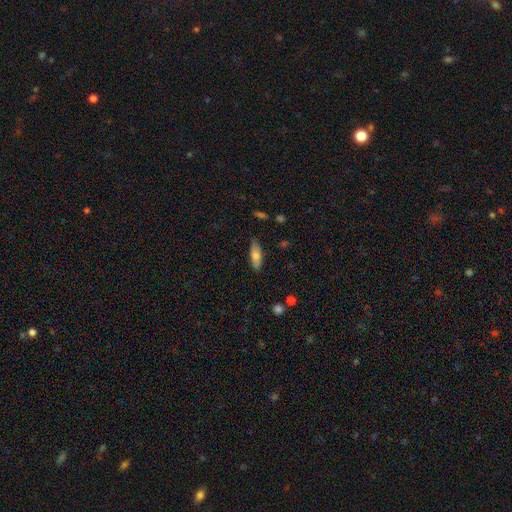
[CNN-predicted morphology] smooth 71%, featured or disk 22%, star or artifact 7%. Down the decision tree: how rounded — in between (62%); merging — none (81%).